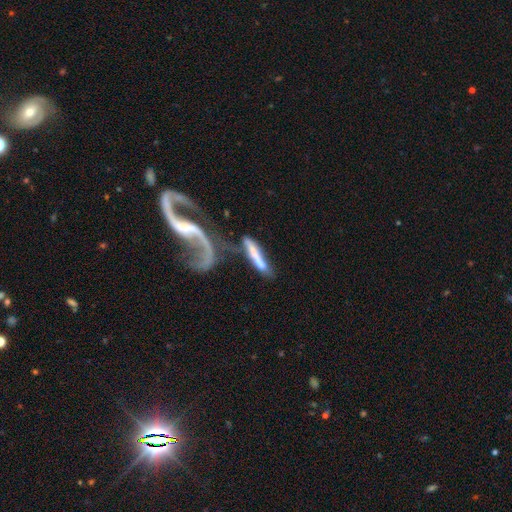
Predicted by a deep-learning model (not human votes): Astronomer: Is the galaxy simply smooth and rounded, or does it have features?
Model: smooth — 46%, tied with featured or disk at 46%.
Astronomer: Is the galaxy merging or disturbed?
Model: merger — 39% (runner-up: none, 24%).